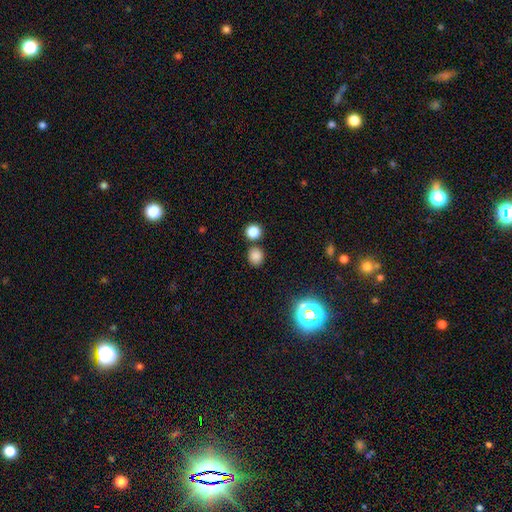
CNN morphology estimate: Overall: smooth (79%). How rounded: round (74%). Merging: none (75%).